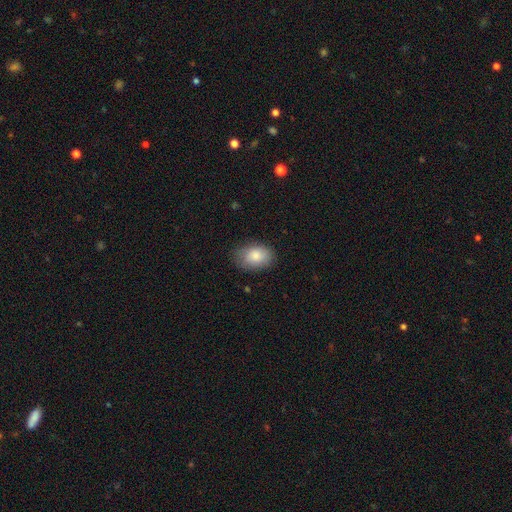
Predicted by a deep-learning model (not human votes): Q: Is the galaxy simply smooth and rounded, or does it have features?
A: smooth — 85%.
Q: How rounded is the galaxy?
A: in between — 85%.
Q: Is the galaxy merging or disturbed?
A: none — 78%.